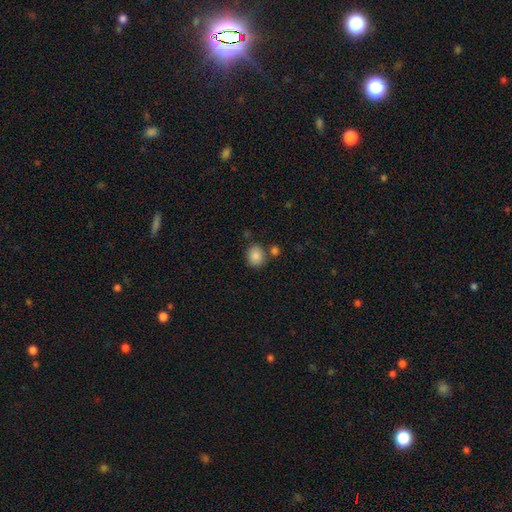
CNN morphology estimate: Q: Smooth or featured?
A: smooth (86%); runner-up: star or artifact (9%)
Q: How rounded?
A: round (61%); runner-up: in between (38%)
Q: Merging?
A: none (74%); runner-up: minor disturbance (12%)